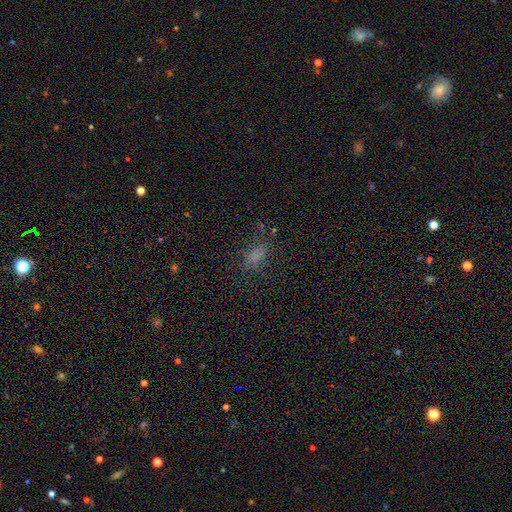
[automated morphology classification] smooth 69%, star or artifact 21%, featured or disk 10%. Down the decision tree: how rounded — in between (83%); merging — none (68%).